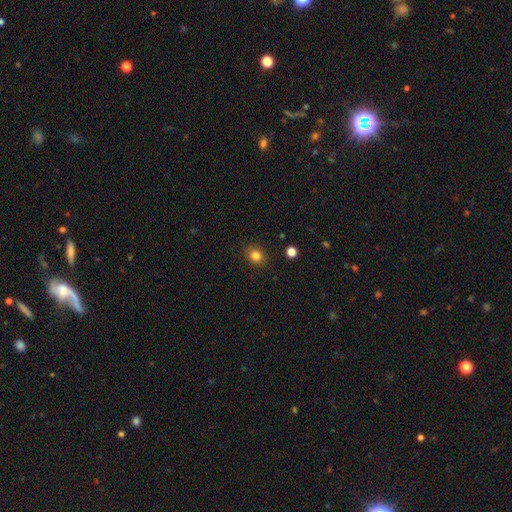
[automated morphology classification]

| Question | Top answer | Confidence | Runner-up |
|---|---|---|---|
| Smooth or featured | smooth | 82% | star or artifact (12%) |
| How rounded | round | 66% | in between (34%) |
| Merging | none | 89% | minor disturbance (8%) |